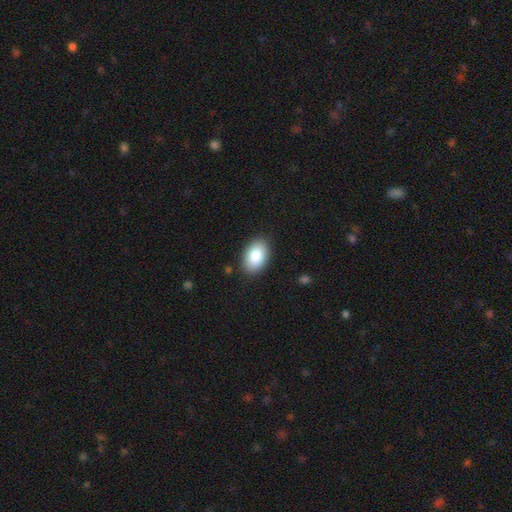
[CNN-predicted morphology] Smooth or featured: smooth — 86% (featured or disk — 8%)
How rounded: in between — 91% (round — 7%)
Merging: none — 88% (minor disturbance — 9%)